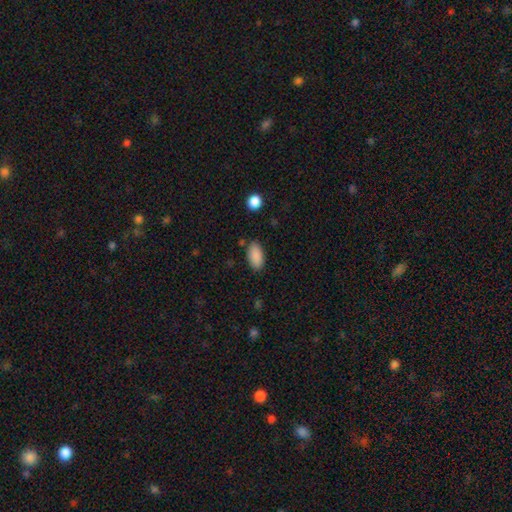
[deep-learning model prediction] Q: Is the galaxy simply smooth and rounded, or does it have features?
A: smooth — 89%.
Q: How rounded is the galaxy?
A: in between — 93%.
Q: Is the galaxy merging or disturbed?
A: none — 83%.